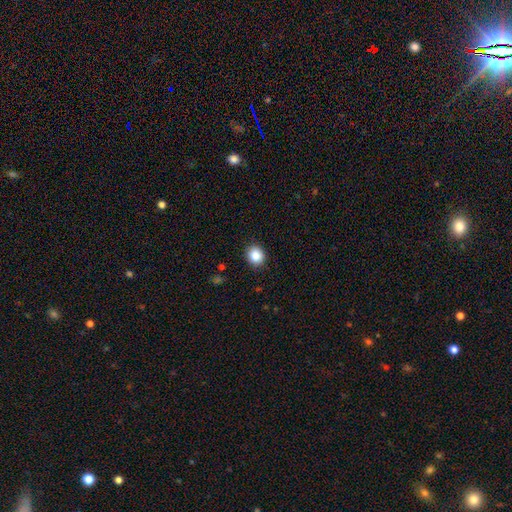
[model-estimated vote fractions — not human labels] smooth_or_featured: smooth (p=0.86) [alt: star or artifact p=0.09]
how_rounded: round (p=0.75) [alt: in between p=0.24]
merging: none (p=0.91) [alt: minor disturbance p=0.07]